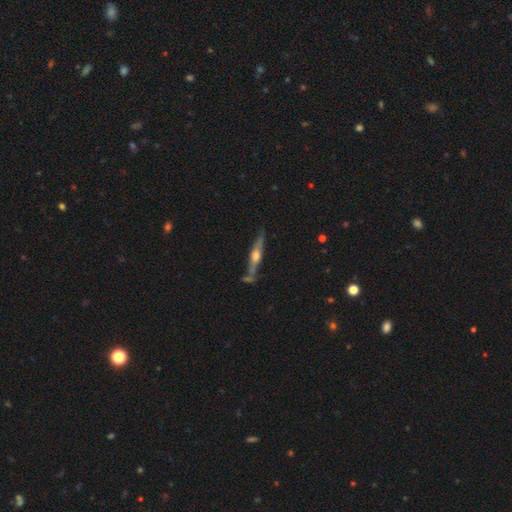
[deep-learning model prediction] Overall: featured or disk (67%; smooth 27%). Edge-on disk: yes (94%). Edge-on bulge: rounded (88%). Merging: none (71%).